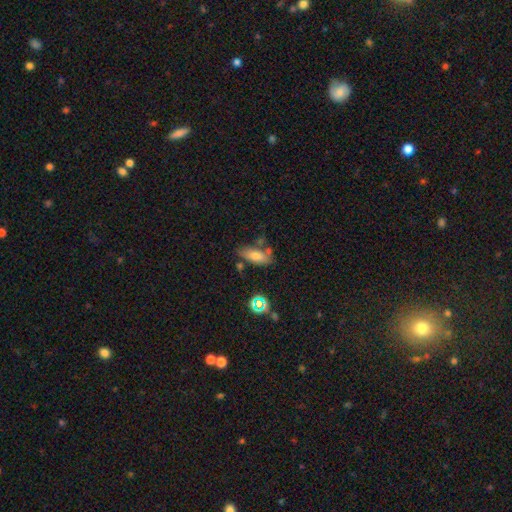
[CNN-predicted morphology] A smooth galaxy with no disk features (73%) that is in between round and cigar-shaped (76%). Merging: none (60%).